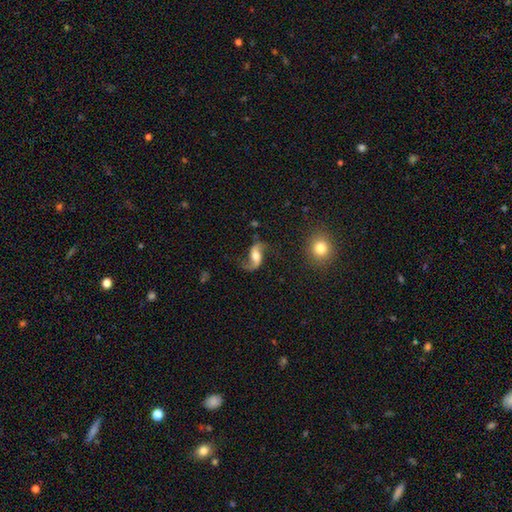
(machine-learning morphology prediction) Smooth or featured?
  - featured or disk: 85% *
  - smooth: 9%
  - star or artifact: 6%
Edge-on disk?
  - no: 96% *
  - yes: 4%
Bar?
  - no: 42% *
  - weak: 37%
  - strong: 20%
Spiral arms?
  - yes: 96% *
  - no: 4%
Spiral winding?
  - loose: 83% *
  - medium: 14%
  - tight: 3%
Spiral arm count?
  - 2: 93% *
  - 1: 3%
  - can't tell: 2%
  - 3: 1%
  - 4: 1%
  - more than 4: 1%
Bulge size?
  - moderate: 53% *
  - small: 20%
  - large: 19%
  - none: 6%
  - dominant: 3%
Merging?
  - none: 74% *
  - minor disturbance: 14%
  - major disturbance: 9%
  - merger: 3%